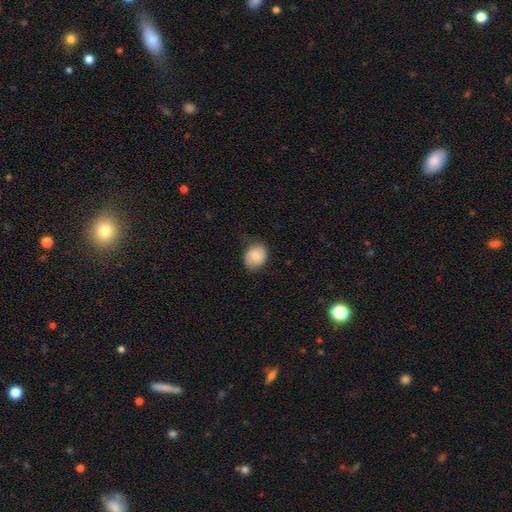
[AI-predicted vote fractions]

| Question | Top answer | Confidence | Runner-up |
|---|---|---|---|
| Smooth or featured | smooth | 77% | featured or disk (16%) |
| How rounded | round | 58% | in between (41%) |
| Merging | none | 72% | minor disturbance (22%) |